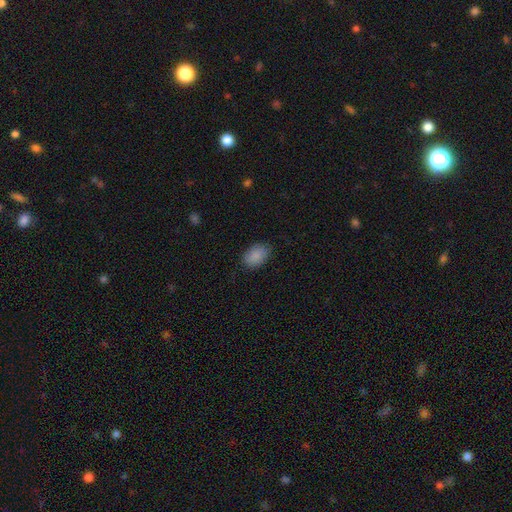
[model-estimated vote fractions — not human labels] smooth_or_featured: smooth (p=0.89) [alt: star or artifact p=0.07]
how_rounded: in between (p=0.85) [alt: round p=0.14]
merging: none (p=0.83) [alt: minor disturbance p=0.13]